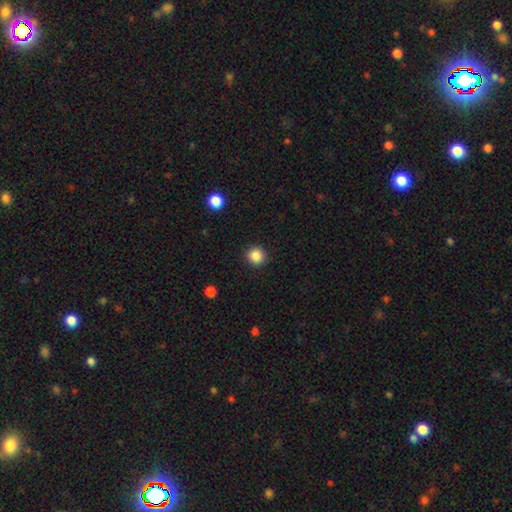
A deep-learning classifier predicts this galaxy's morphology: Smooth or featured? Predicted: smooth (p=0.87). How rounded? Predicted: round (p=0.94). Merging? Predicted: none (p=0.92).